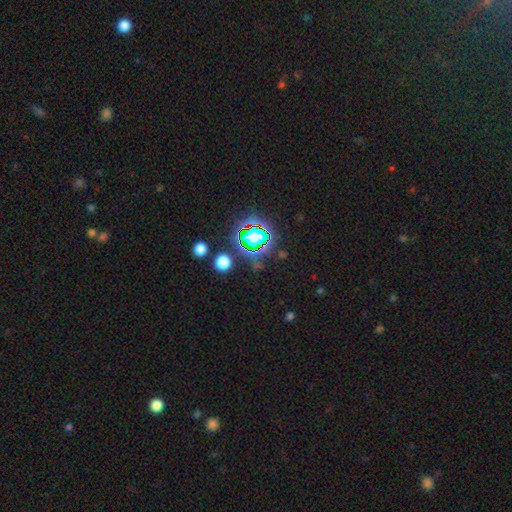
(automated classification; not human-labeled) Smooth or featured: star or artifact — 79% (smooth — 14%)